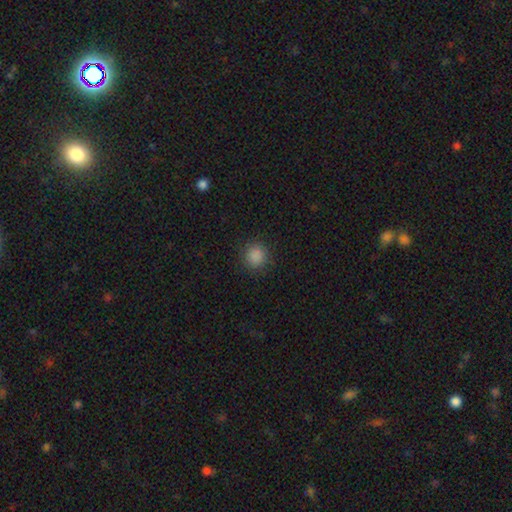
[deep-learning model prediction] Smooth or featured?
  - smooth: 86% *
  - star or artifact: 11%
  - featured or disk: 3%
How rounded?
  - round: 89% *
  - in between: 10%
  - cigar-shaped: 1%
Merging?
  - none: 89% *
  - minor disturbance: 8%
  - major disturbance: 3%
  - merger: 1%